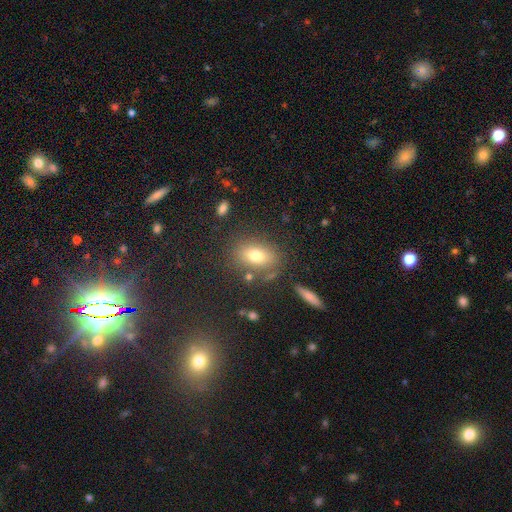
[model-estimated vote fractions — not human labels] Smooth or featured: smooth — 72% (featured or disk — 16%)
How rounded: in between — 72% (round — 25%)
Merging: none — 75% (minor disturbance — 13%)